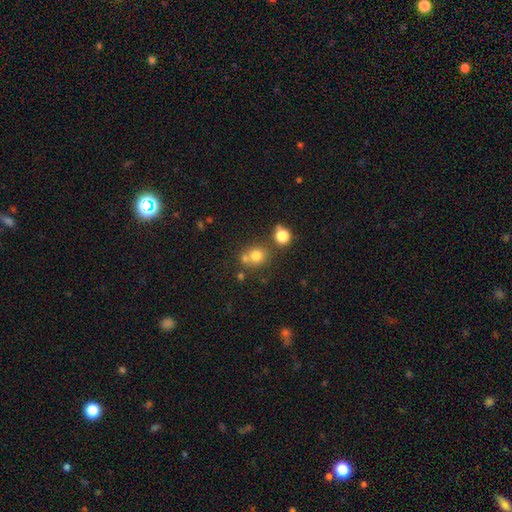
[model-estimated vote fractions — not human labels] A smooth galaxy with no disk features (74%) that is round (81%). Merging: none (57%).